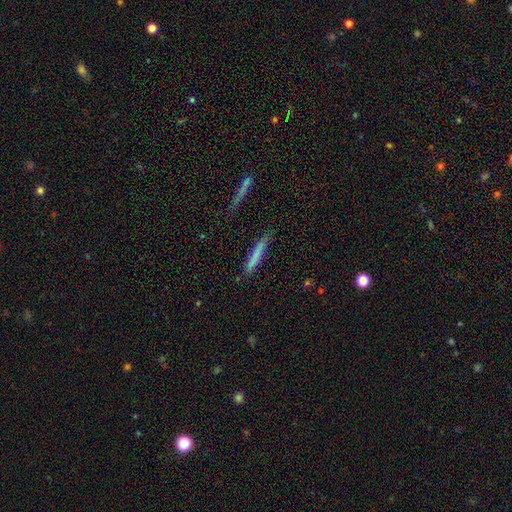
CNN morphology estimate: Overall: smooth (74%). How rounded: cigar-shaped (94%). Merging: none (75%).